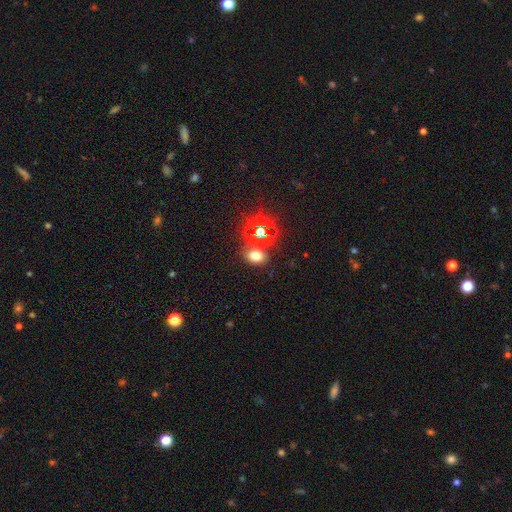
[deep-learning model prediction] This appears to be a smooth galaxy with no disk features (64%) that is in between round and cigar-shaped (66%). Merging: none (74%).